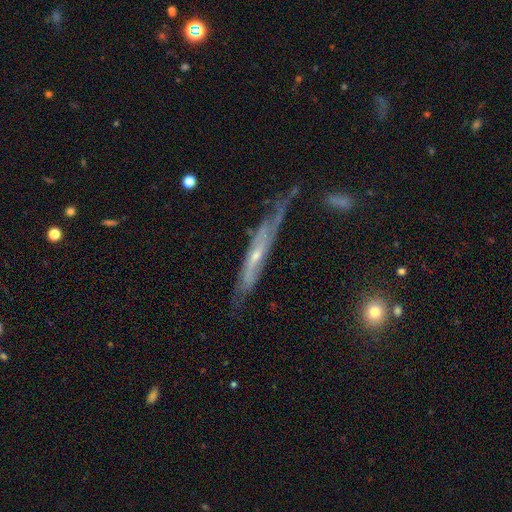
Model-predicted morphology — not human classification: Q: Smooth or featured?
A: featured or disk (69%); runner-up: smooth (20%)
Q: Edge-on disk?
A: yes (80%); runner-up: no (20%)
Q: Edge-on bulge?
A: none (49%); runner-up: rounded (46%)
Q: Merging?
A: none (64%); runner-up: minor disturbance (25%)